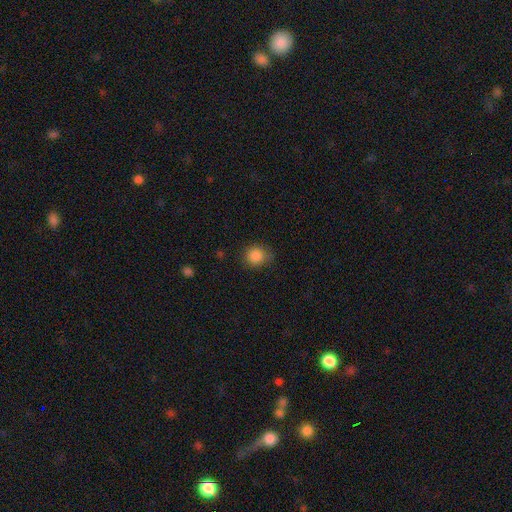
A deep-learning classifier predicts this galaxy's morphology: This is clearly a smooth galaxy (86%). How rounded: clearly round (84%). Merging: likely none (74%).